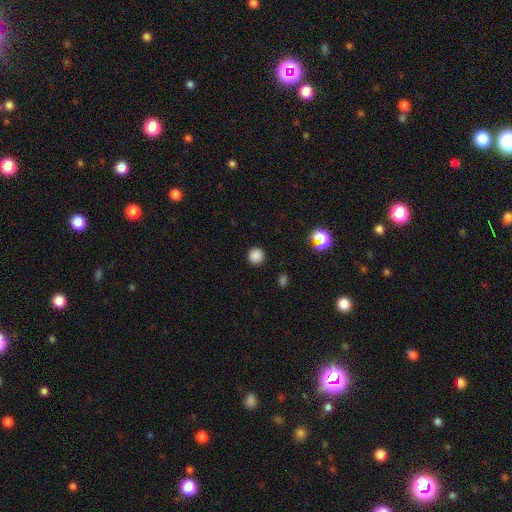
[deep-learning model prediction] smooth 84%, star or artifact 13%, featured or disk 3%. Down the decision tree: how rounded — round (94%); merging — none (91%).